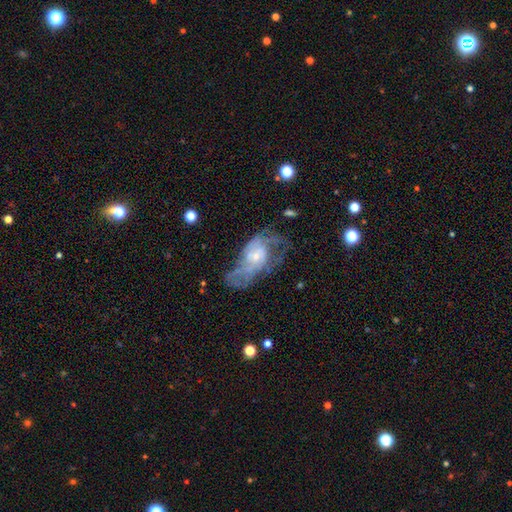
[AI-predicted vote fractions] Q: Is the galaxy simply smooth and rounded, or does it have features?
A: featured or disk — 75%.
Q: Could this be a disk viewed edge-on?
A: no — 95%.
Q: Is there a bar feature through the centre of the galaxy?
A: no — 70%.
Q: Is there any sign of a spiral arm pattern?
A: yes — 77%.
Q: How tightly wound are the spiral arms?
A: medium — 41%.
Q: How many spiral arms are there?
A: can't tell — 41%.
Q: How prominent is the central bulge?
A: small — 66%.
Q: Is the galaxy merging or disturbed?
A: none — 40%.